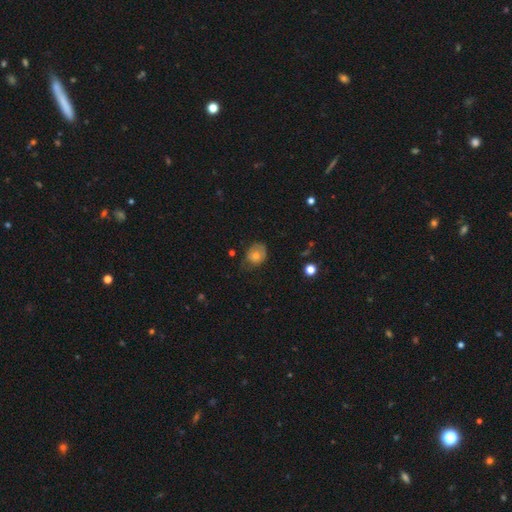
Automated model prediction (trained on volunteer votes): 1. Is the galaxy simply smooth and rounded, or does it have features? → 65% smooth, 25% featured or disk, 10% star or artifact.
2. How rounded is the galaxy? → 56% round, 43% in between, 1% cigar-shaped.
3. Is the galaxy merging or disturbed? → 52% none, 33% minor disturbance, 13% major disturbance, 2% merger.